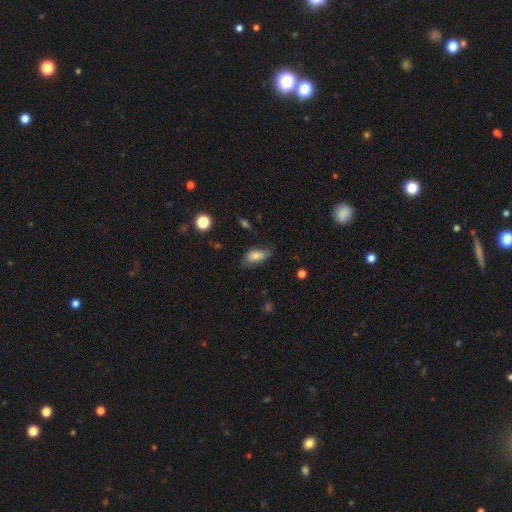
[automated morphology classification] A smooth galaxy with no disk features (78%) that is in between round and cigar-shaped (88%). Merging: none (69%).